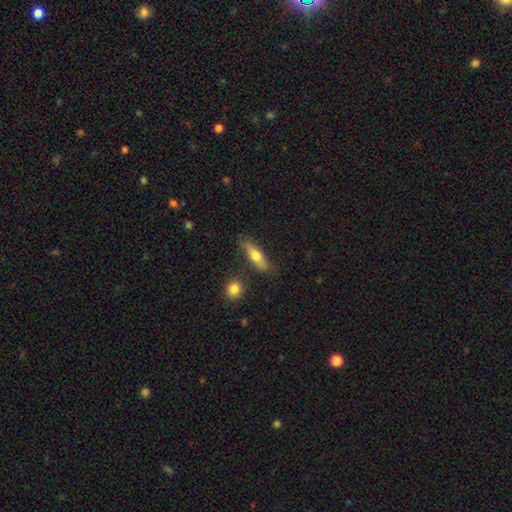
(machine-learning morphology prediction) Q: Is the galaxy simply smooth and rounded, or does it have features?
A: smooth — 68%.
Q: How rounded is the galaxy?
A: in between — 49%.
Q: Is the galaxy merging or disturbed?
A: none — 79%.